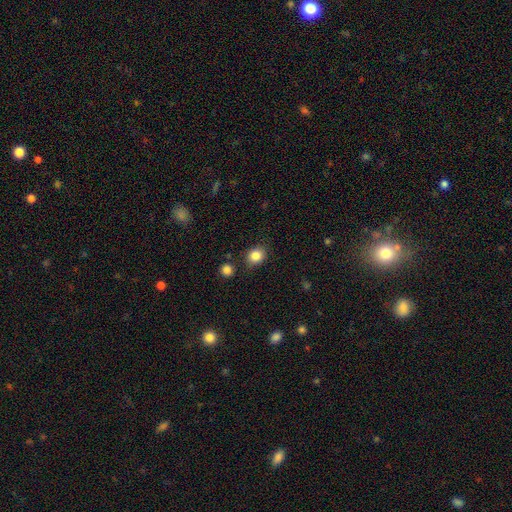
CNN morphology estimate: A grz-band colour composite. It shows a smooth galaxy with no disk features (85%) that is round (63%). Merging: none (82%).